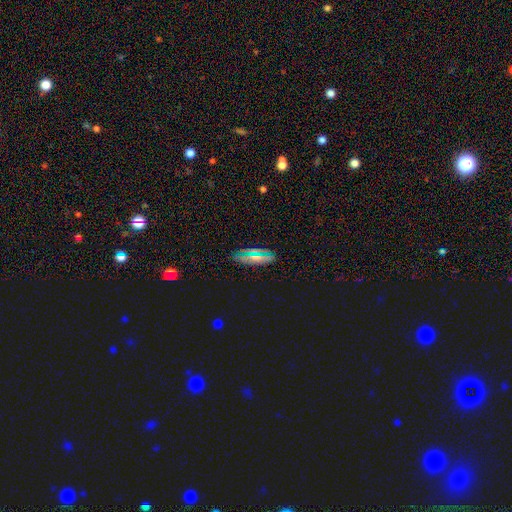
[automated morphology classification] A smooth galaxy with no disk features (60%) that is in between round and cigar-shaped (69%).

Vote fractions:
- Smooth or featured? smooth: 60% / star or artifact: 22% / featured or disk: 19%
- How rounded? in between: 69% / cigar-shaped: 24% / round: 7%
- Merging? none: 83% / minor disturbance: 12% / major disturbance: 3% / merger: 2%